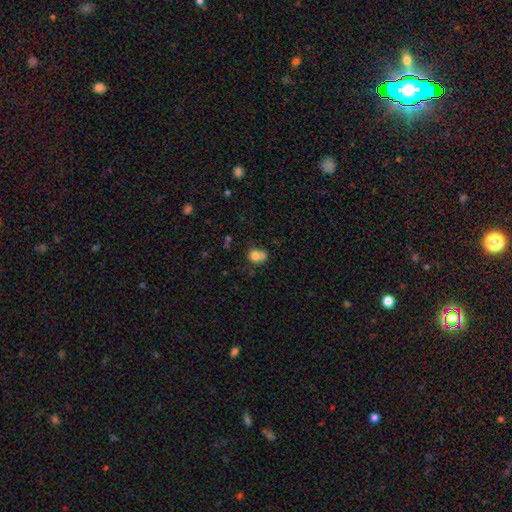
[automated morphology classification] Smooth or featured?
  - smooth: 76% *
  - featured or disk: 13%
  - star or artifact: 12%
How rounded?
  - round: 65% *
  - in between: 34%
  - cigar-shaped: 1%
Merging?
  - none: 39% *
  - merger: 29%
  - minor disturbance: 21%
  - major disturbance: 11%